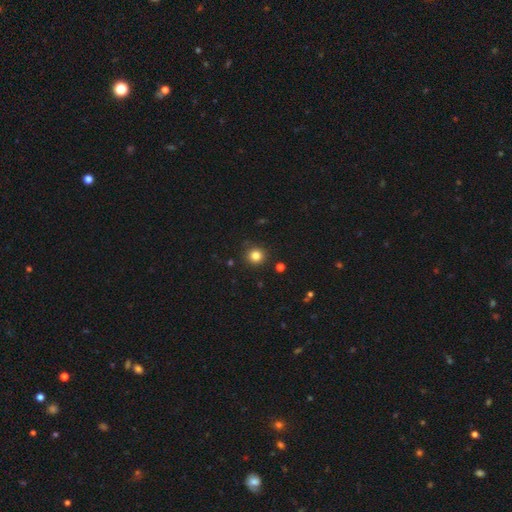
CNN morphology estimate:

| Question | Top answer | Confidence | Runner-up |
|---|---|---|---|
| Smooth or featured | smooth | 82% | star or artifact (13%) |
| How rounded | round | 92% | in between (7%) |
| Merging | none | 89% | minor disturbance (7%) |